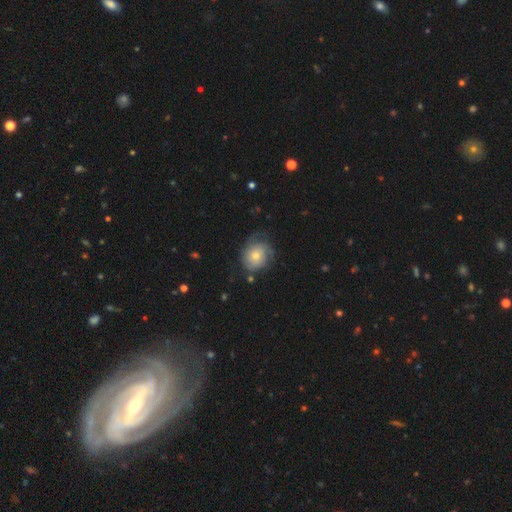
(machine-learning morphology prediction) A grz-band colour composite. It shows a smooth galaxy with no disk features (52%) that is round (66%). Merging: none (54%).